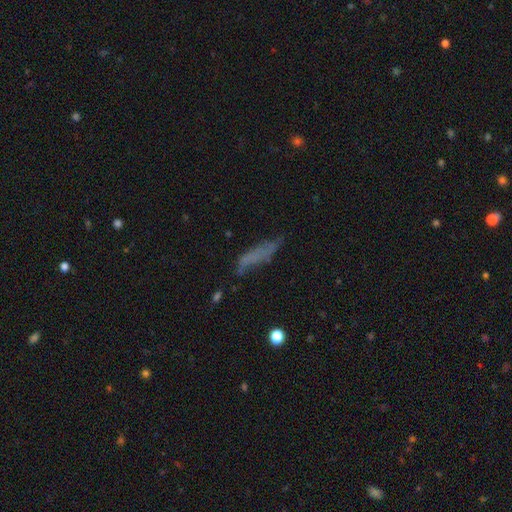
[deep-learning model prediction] smooth-or-featured: smooth: 54% | featured or disk: 31% | star or artifact: 15%
  how-rounded: cigar-shaped: 71% | in between: 26% | round: 3%
  merging: none: 52% | minor disturbance: 27% | major disturbance: 17% | merger: 4%